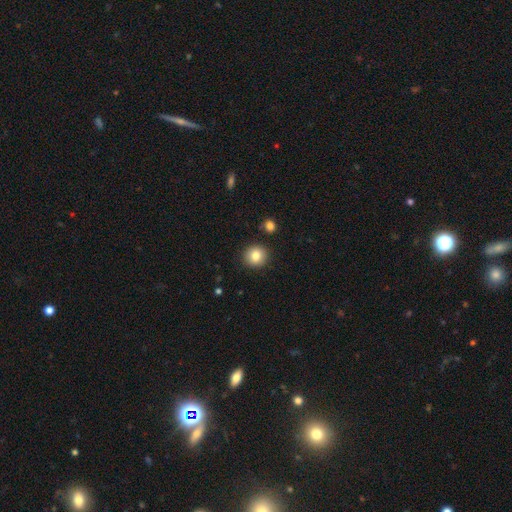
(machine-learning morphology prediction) smooth 83%, star or artifact 10%, featured or disk 8%. Down the decision tree: how rounded — round (90%); merging — none (89%).